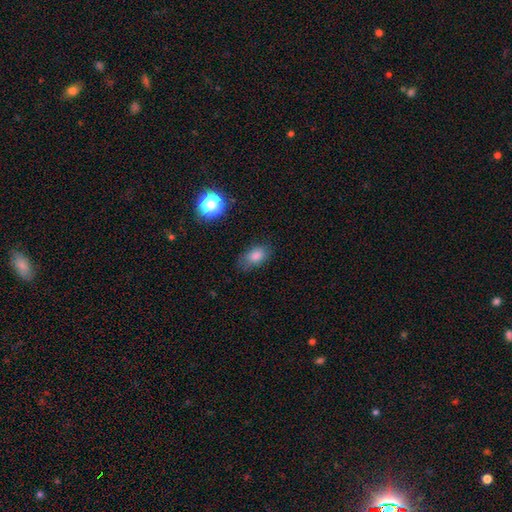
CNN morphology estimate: This is clearly a smooth galaxy (82%). How rounded: clearly in between (87%). Merging: likely none (71%).